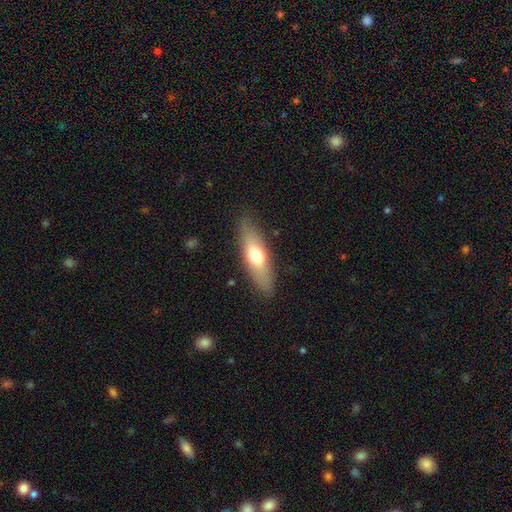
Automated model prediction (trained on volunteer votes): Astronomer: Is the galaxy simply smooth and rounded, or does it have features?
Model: smooth — 62%.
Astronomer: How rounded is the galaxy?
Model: cigar-shaped — 52% (runner-up: in between, 45%).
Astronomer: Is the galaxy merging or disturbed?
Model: none — 86%.